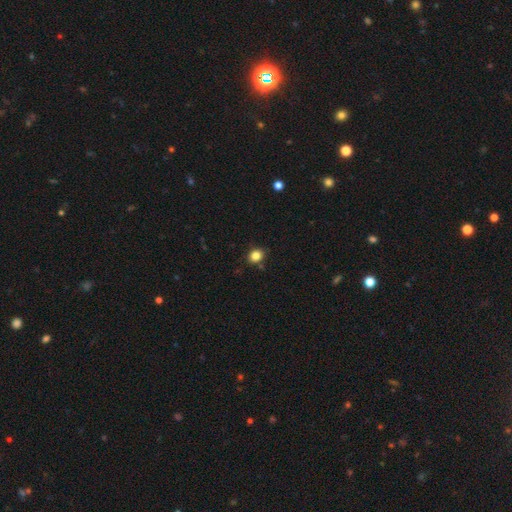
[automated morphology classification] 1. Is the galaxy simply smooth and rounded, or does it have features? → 84% smooth, 11% star or artifact, 5% featured or disk.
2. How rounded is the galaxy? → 54% round, 45% in between, 1% cigar-shaped.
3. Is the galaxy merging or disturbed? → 83% none, 11% minor disturbance, 3% merger, 2% major disturbance.